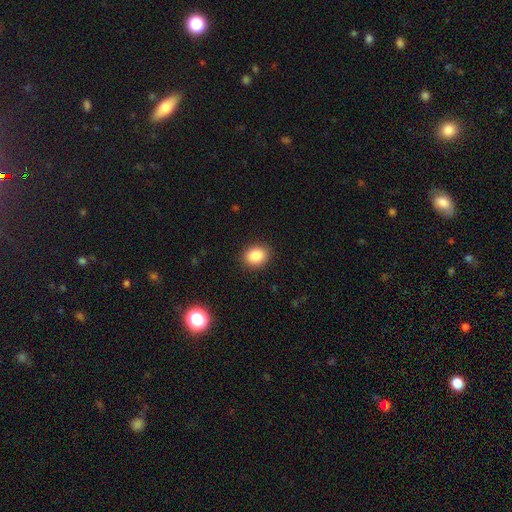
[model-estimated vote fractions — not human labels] A smooth galaxy with no disk features (86%) that is in between round and cigar-shaped (51%).

Vote fractions:
- Smooth or featured? smooth: 86% / star or artifact: 9% / featured or disk: 5%
- How rounded? in between: 51% / round: 48% / cigar-shaped: 1%
- Merging? none: 89% / minor disturbance: 8% / major disturbance: 2% / merger: 1%